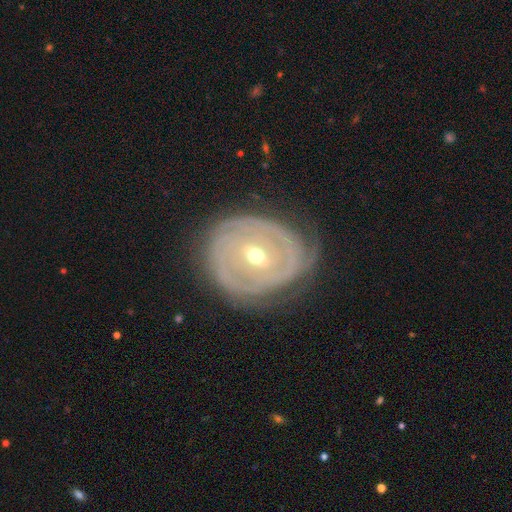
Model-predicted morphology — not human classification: Smooth or featured? Predicted: featured or disk (p=0.82). Edge-on disk? Predicted: no (p=0.96). Bar? Predicted: weak (p=0.44). Spiral arms? Predicted: yes (p=0.84). Spiral winding? Predicted: tight (p=0.77). Spiral arm count? Predicted: can't tell (p=0.40). Bulge size? Predicted: moderate (p=0.51). Merging? Predicted: none (p=0.71).